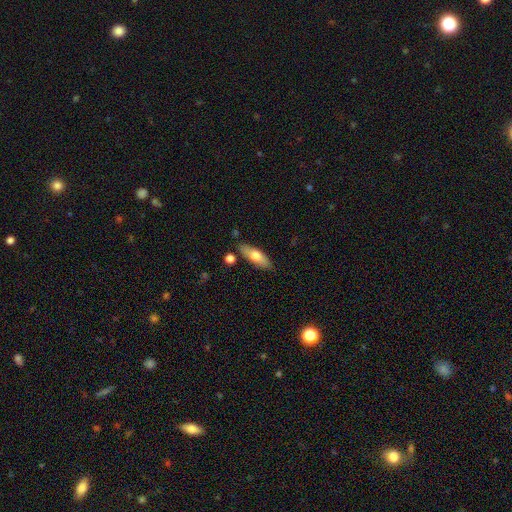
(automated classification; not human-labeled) This appears to be a smooth galaxy with no disk features (66%) that is in between round and cigar-shaped (60%). Merging: none (82%).